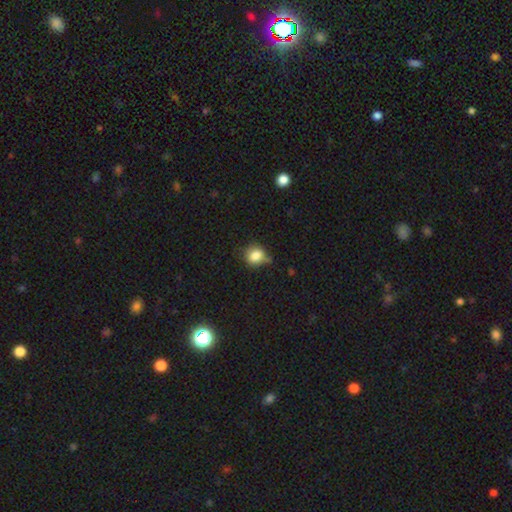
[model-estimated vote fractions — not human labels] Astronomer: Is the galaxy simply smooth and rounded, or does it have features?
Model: smooth — 82%.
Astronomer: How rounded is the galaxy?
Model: round — 66%.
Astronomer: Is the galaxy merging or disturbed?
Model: none — 60%.